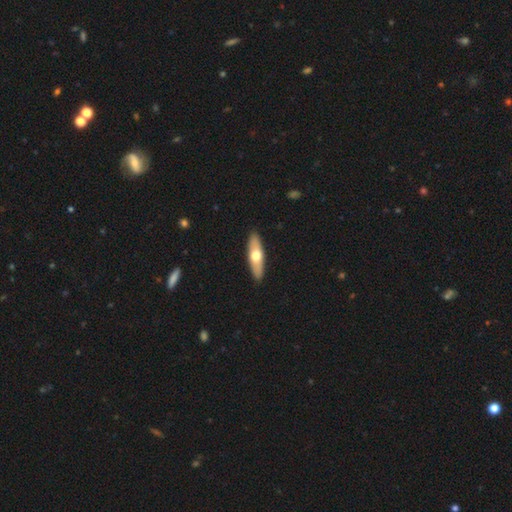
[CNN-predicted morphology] Overall: smooth (55%; featured or disk 40%). How rounded: cigar-shaped (55%; in between 43%). Merging: none (91%).